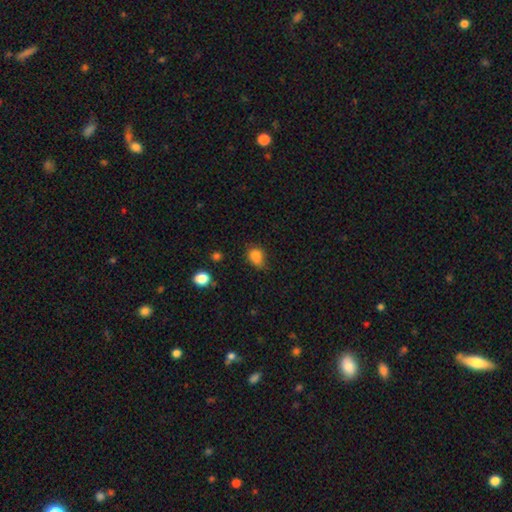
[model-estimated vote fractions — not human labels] Smooth or featured? Predicted: smooth (p=0.83). How rounded? Predicted: in between (p=0.62). Merging? Predicted: none (p=0.58).